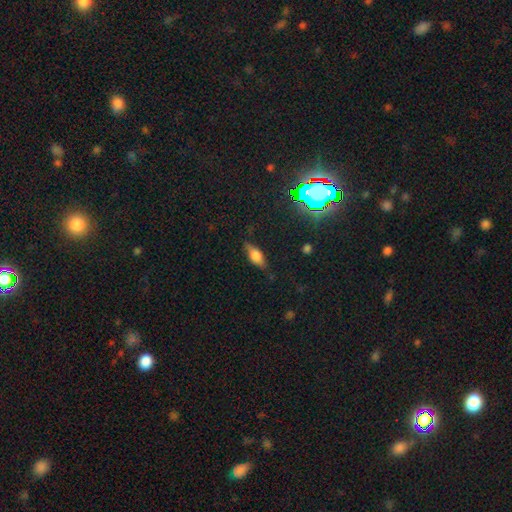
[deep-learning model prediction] Q: Smooth or featured?
A: smooth (62%); runner-up: featured or disk (27%)
Q: How rounded?
A: in between (74%); runner-up: cigar-shaped (21%)
Q: Merging?
A: none (76%); runner-up: minor disturbance (18%)